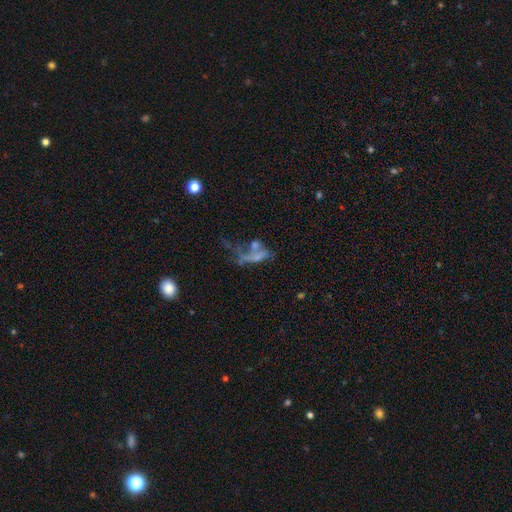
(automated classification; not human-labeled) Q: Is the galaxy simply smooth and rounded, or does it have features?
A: featured or disk — 46%.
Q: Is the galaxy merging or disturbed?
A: merger — 38%.